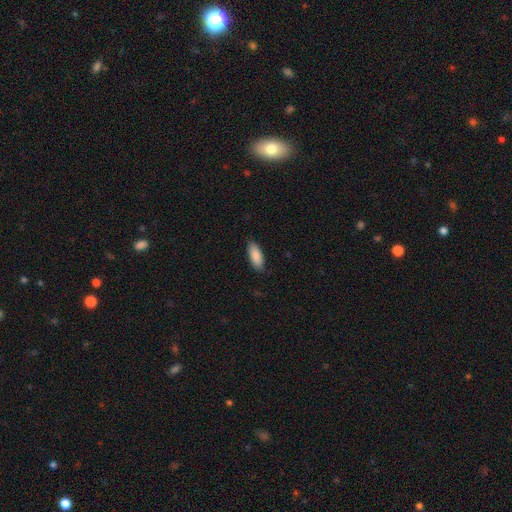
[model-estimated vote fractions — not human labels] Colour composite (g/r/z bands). It shows a smooth galaxy with no disk features (90%) that is in between round and cigar-shaped (80%). Merging: none (86%).